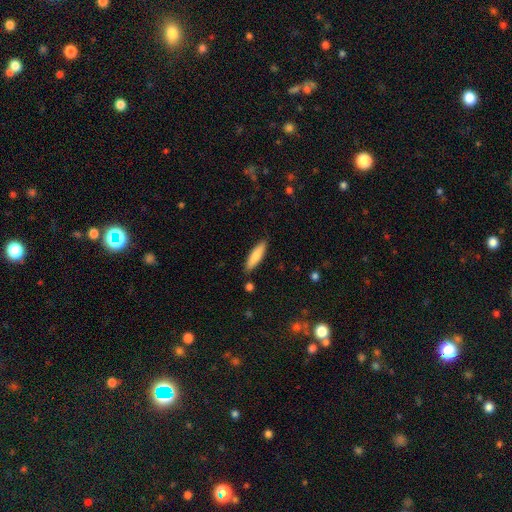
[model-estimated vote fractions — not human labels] Smooth or featured?
  - smooth: 81% *
  - featured or disk: 13%
  - star or artifact: 6%
How rounded?
  - cigar-shaped: 69% *
  - in between: 30%
  - round: 1%
Merging?
  - none: 86% *
  - minor disturbance: 10%
  - merger: 2%
  - major disturbance: 2%